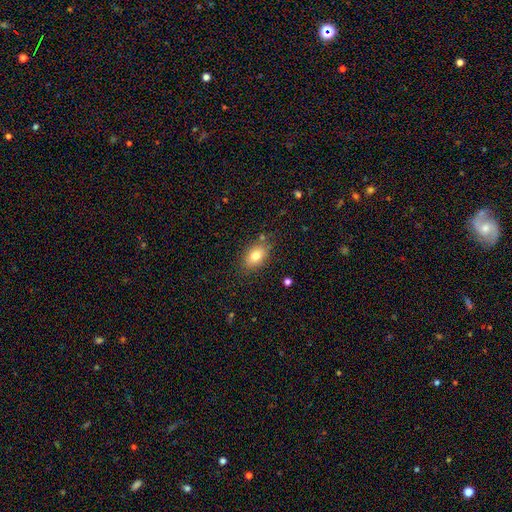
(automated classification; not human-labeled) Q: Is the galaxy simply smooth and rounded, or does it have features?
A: smooth — 80%.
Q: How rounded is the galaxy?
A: in between — 84%.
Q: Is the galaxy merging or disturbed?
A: none — 80%.